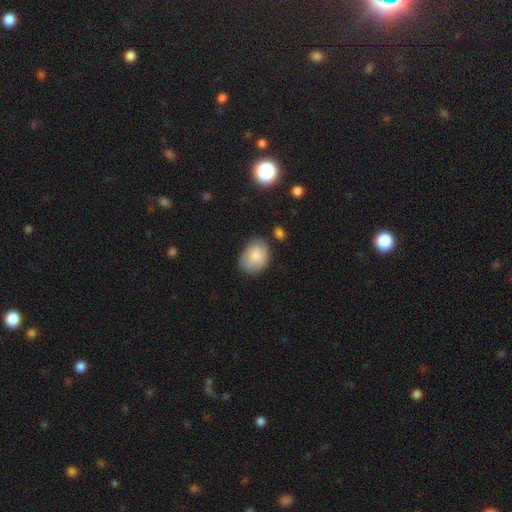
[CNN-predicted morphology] Smooth or featured? smooth (78%)
How rounded? in between (62%)
Merging? none (66%)